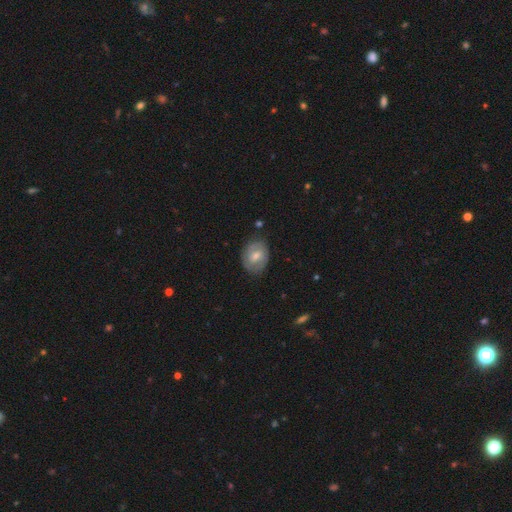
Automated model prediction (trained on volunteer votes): smooth 52%, featured or disk 41%, star or artifact 7%. Down the decision tree: how rounded — in between (67%); merging — none (73%).